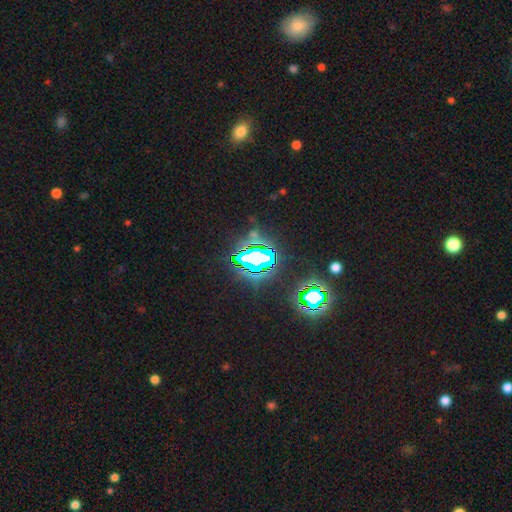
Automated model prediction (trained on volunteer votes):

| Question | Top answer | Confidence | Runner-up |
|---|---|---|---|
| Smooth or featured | star or artifact | 73% | smooth (15%) |